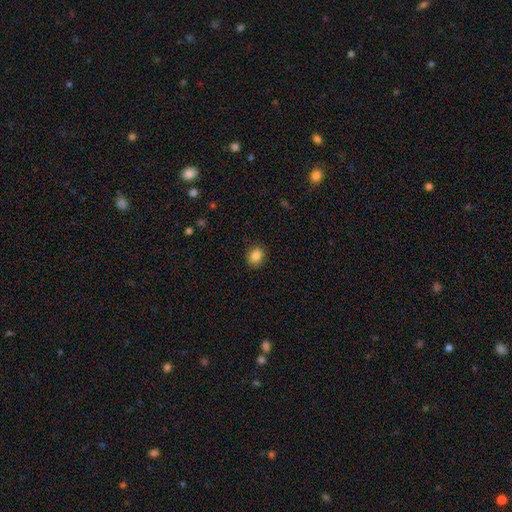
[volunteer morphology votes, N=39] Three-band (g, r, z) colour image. It shows a smooth galaxy with no disk features (92%) that is round (67%). Merging: none (79%).